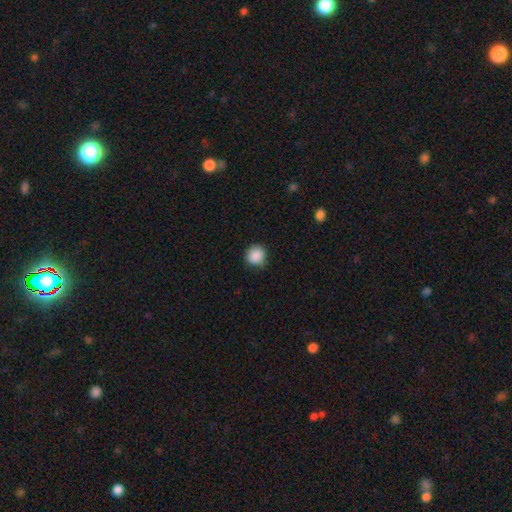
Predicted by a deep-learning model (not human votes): A smooth galaxy with no disk features (89%) that is round (88%).

Vote fractions:
- Smooth or featured? smooth: 89% / star or artifact: 8% / featured or disk: 3%
- How rounded? round: 88% / in between: 11% / cigar-shaped: 1%
- Merging? none: 83% / minor disturbance: 13% / major disturbance: 3% / merger: 1%